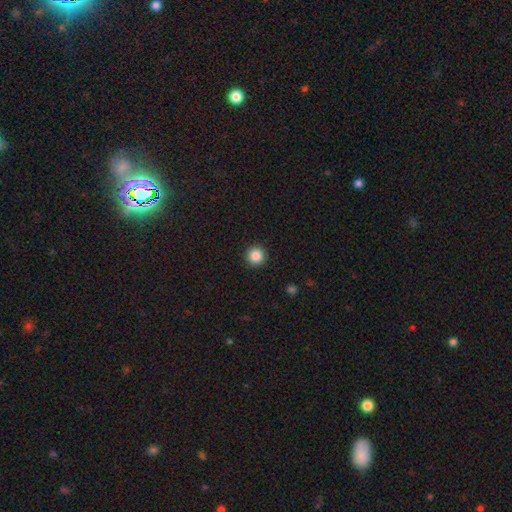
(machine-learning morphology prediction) Overall: smooth (86%). How rounded: round (96%). Merging: none (93%).